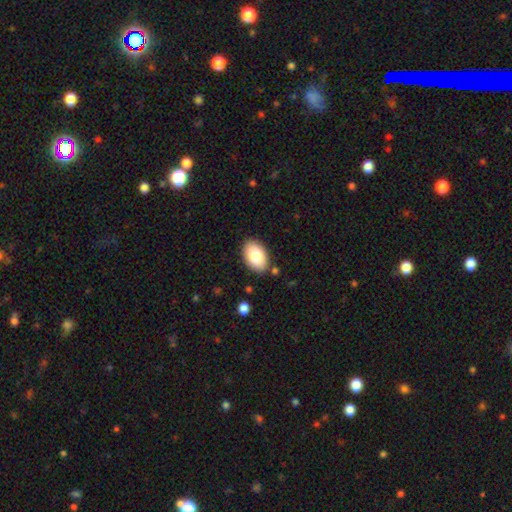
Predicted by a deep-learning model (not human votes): Q: Smooth or featured?
A: smooth (83%); runner-up: featured or disk (11%)
Q: How rounded?
A: in between (91%); runner-up: round (7%)
Q: Merging?
A: none (85%); runner-up: minor disturbance (10%)